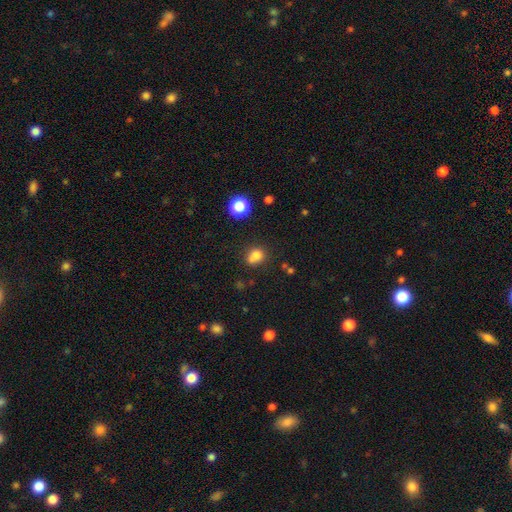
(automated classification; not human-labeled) Q: Smooth or featured?
A: smooth (76%); runner-up: star or artifact (14%)
Q: How rounded?
A: round (59%); runner-up: in between (39%)
Q: Merging?
A: none (50%); runner-up: merger (25%)